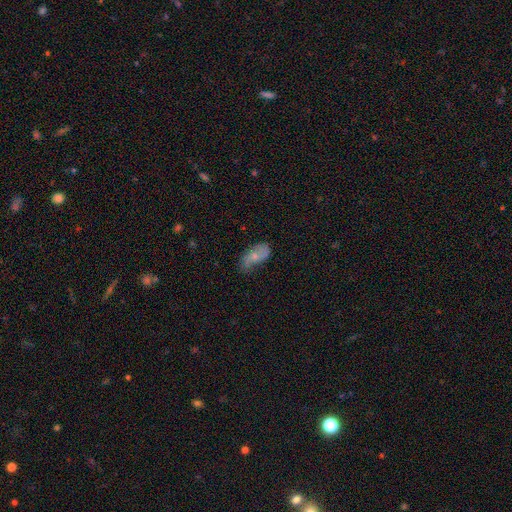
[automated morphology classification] featured or disk 48%, smooth 44%, star or artifact 8%. Down the decision tree: merging — none (56%).